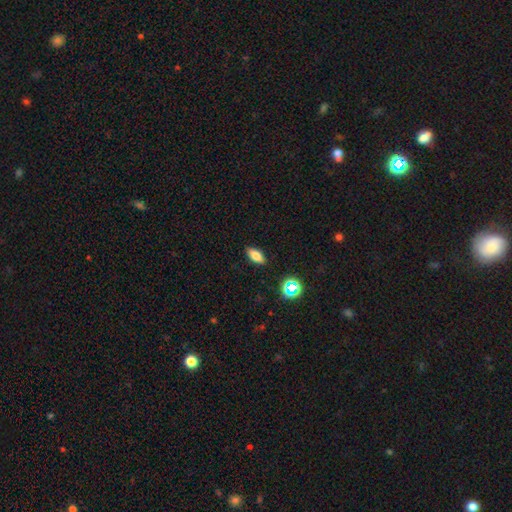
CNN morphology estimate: The model was most divided on "smooth or featured": smooth: 72%, featured or disk: 16%, star or artifact: 12%. More confident: merging — none (88%); how rounded — in between (81%).